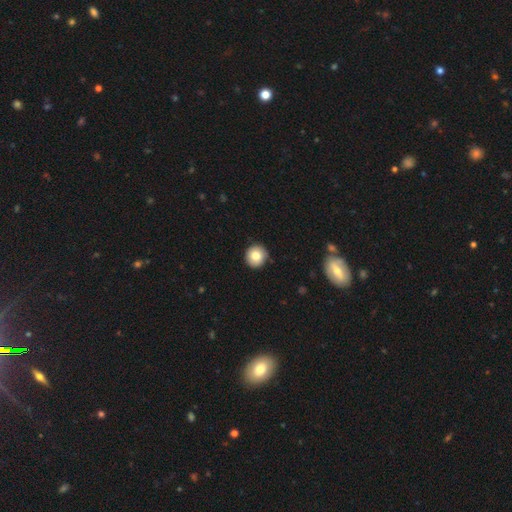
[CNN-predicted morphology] Smooth or featured? Predicted: smooth (p=0.82). How rounded? Predicted: round (p=0.92). Merging? Predicted: none (p=0.88).